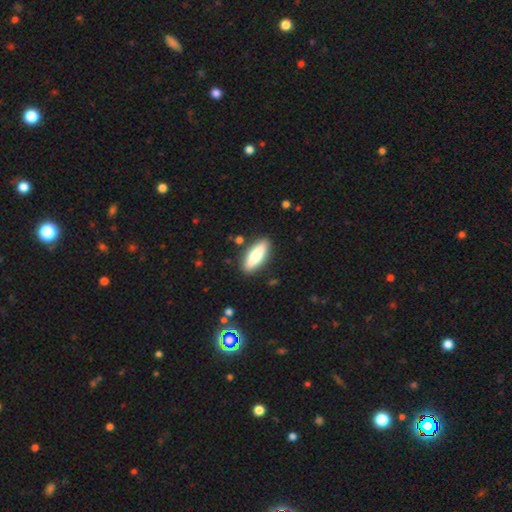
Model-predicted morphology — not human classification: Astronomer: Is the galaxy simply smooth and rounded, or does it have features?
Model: smooth — 71%.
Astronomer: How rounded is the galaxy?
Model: in between — 56% (runner-up: cigar-shaped, 42%).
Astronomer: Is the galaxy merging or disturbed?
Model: none — 88%.